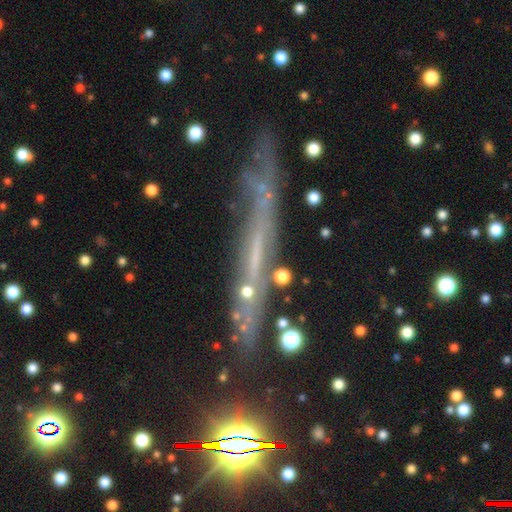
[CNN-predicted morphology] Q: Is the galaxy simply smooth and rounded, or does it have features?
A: featured or disk — 52%.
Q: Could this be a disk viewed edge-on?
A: yes — 81%.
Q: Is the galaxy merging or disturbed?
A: none — 62%.